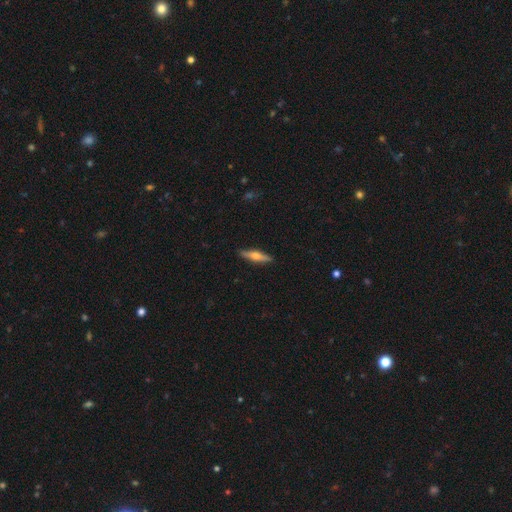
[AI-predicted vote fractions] This appears to be a featured or disk galaxy (54%) viewed edge-on (95%) with a rounded central bulge (90%). Merging: none (90%).